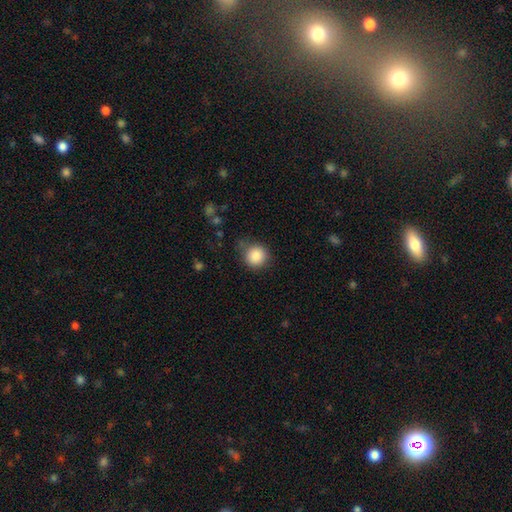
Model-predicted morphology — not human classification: Smooth or featured? smooth (85%)
How rounded? round (91%)
Merging? none (76%)